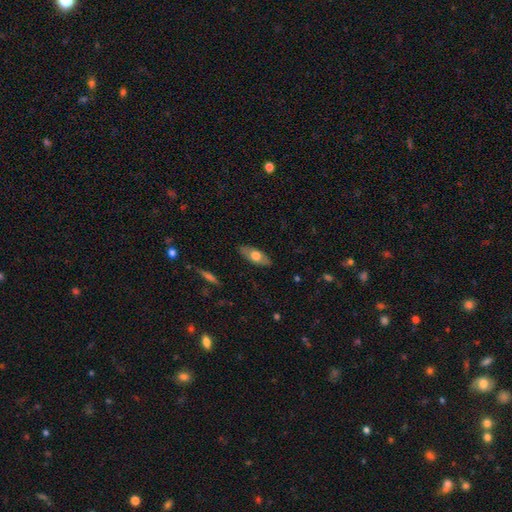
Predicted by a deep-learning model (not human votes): smooth_or_featured: smooth (p=0.61) [alt: featured or disk p=0.33]
how_rounded: in between (p=0.79) [alt: cigar-shaped p=0.18]
merging: none (p=0.86) [alt: minor disturbance p=0.11]